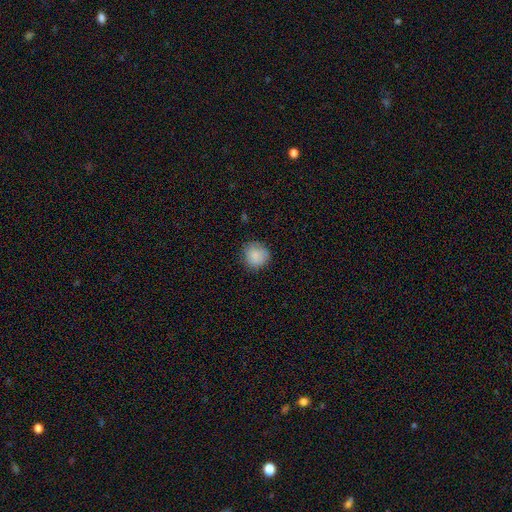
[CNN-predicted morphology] Smooth or featured? smooth (87%)
How rounded? round (90%)
Merging? none (81%)